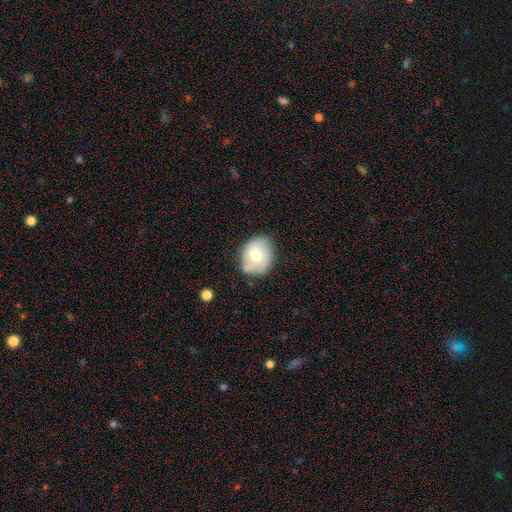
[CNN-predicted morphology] This appears to be a smooth galaxy with no disk features (59%) that is in between round and cigar-shaped (52%). Merging: none (68%).